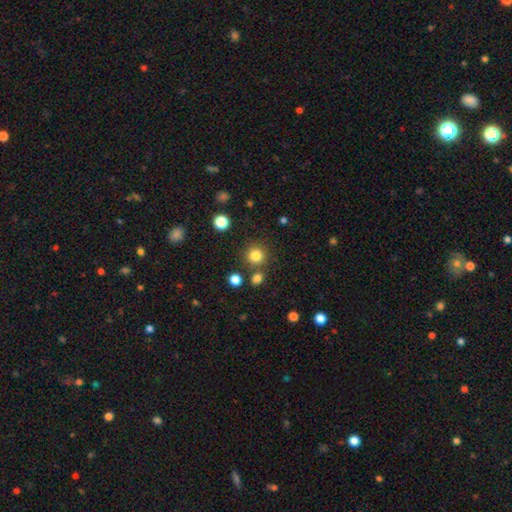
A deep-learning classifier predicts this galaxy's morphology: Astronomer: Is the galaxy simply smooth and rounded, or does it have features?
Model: smooth — 82%.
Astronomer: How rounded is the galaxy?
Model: round — 93%.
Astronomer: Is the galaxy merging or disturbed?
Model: none — 81%.